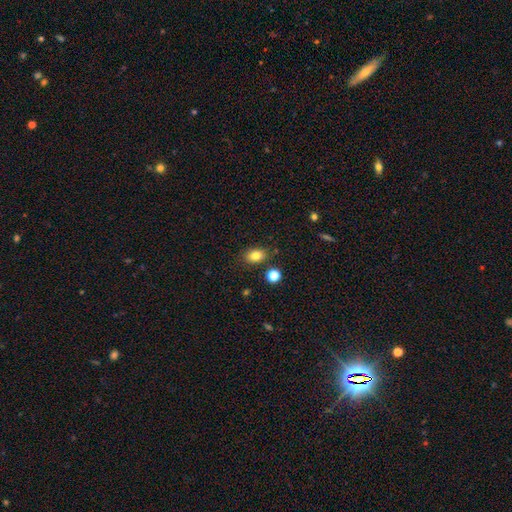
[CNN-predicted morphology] This is clearly a smooth galaxy (83%). How rounded: likely in between (74%). Merging: clearly none (82%).